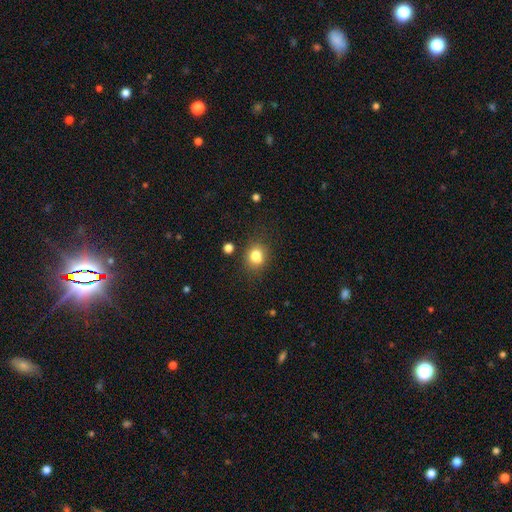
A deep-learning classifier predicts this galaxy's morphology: This is clearly a smooth galaxy (80%). How rounded: likely round (61%). Merging: likely none (72%).